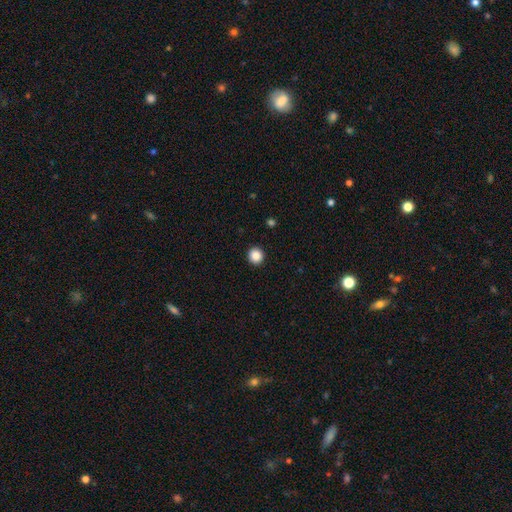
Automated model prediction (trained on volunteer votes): Q: Smooth or featured?
A: smooth (87%); runner-up: star or artifact (10%)
Q: How rounded?
A: round (91%); runner-up: in between (8%)
Q: Merging?
A: none (93%); runner-up: minor disturbance (5%)